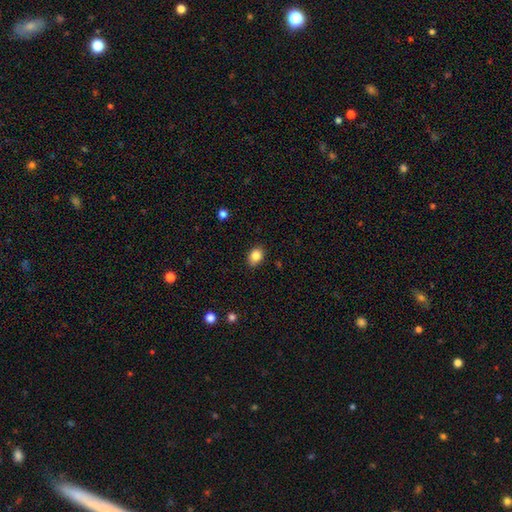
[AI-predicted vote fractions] smooth 85%, star or artifact 10%, featured or disk 6%. Down the decision tree: how rounded — in between (70%); merging — none (83%).